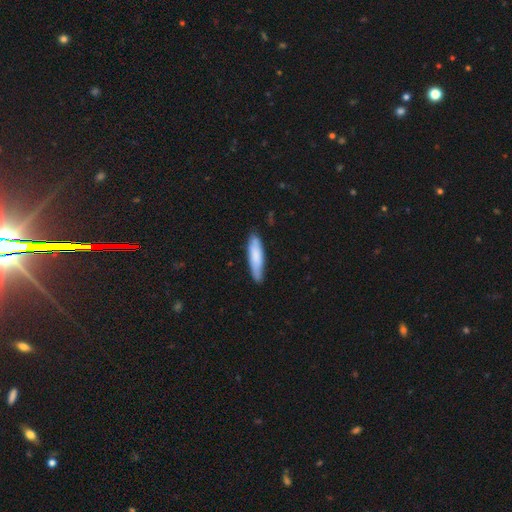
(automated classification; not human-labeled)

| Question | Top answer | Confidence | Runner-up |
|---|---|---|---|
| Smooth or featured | smooth | 79% | featured or disk (16%) |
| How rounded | cigar-shaped | 75% | in between (23%) |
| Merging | none | 80% | minor disturbance (16%) |